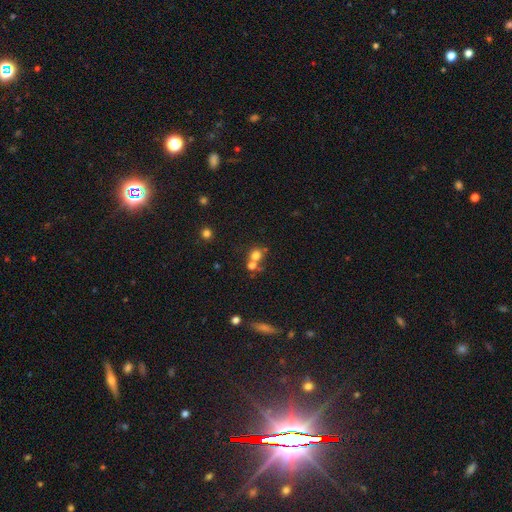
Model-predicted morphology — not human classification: Q: Smooth or featured?
A: smooth (72%); runner-up: star or artifact (16%)
Q: How rounded?
A: round (82%); runner-up: in between (17%)
Q: Merging?
A: merger (45%); runner-up: none (43%)